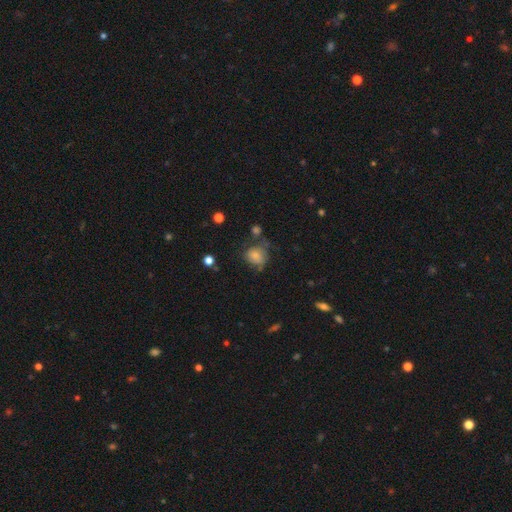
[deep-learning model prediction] A smooth galaxy with no disk features (72%) that is round (69%). Merging: none (50%).